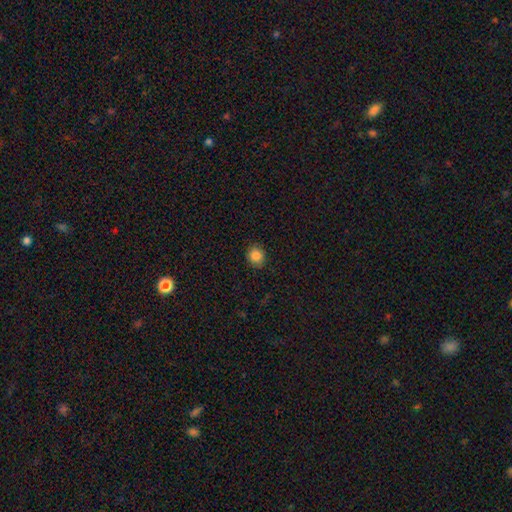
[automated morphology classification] smooth-or-featured: smooth: 85% | star or artifact: 10% | featured or disk: 5%
  how-rounded: round: 80% | in between: 19% | cigar-shaped: 1%
  merging: none: 88% | minor disturbance: 9% | major disturbance: 2% | merger: 1%